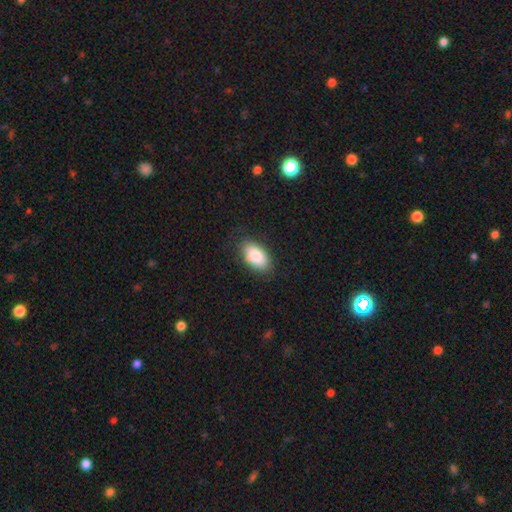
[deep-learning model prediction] smooth_or_featured: smooth (p=0.85) [alt: featured or disk p=0.08]
how_rounded: in between (p=0.93) [alt: round p=0.04]
merging: none (p=0.82) [alt: minor disturbance p=0.14]